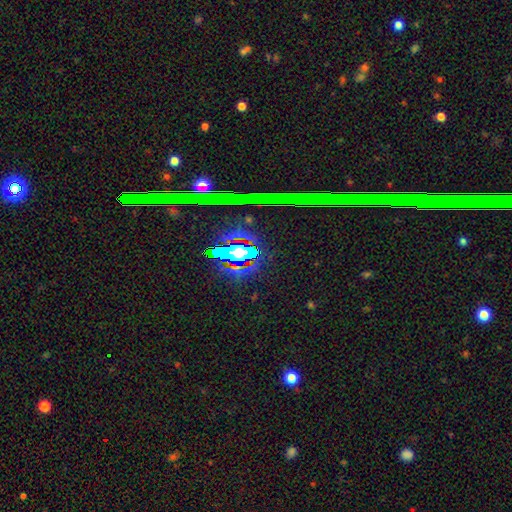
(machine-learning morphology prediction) Q: Smooth or featured?
A: star or artifact (81%); runner-up: featured or disk (10%)